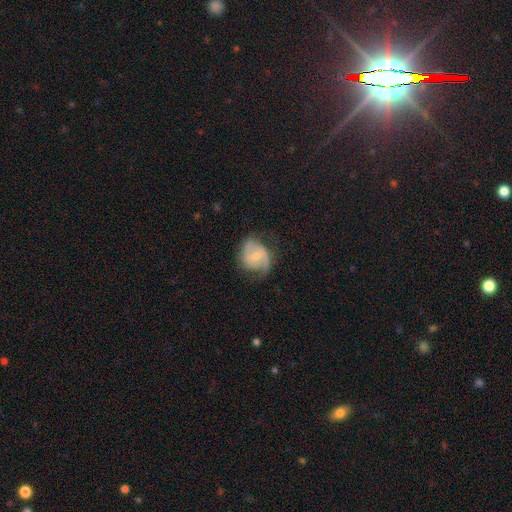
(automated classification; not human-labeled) smooth_or_featured: featured or disk (p=0.71) [alt: smooth p=0.23]
disk_edge_on: no (p=0.97) [alt: yes p=0.03]
bar: no (p=0.53) [alt: weak p=0.38]
has_spiral_arms: yes (p=0.89) [alt: no p=0.11]
spiral_winding: medium (p=0.46) [alt: tight p=0.28]
spiral_arm_count: 2 (p=0.74) [alt: can't tell p=0.11]
bulge_size: moderate (p=0.49) [alt: small p=0.46]
merging: none (p=0.60) [alt: minor disturbance p=0.26]